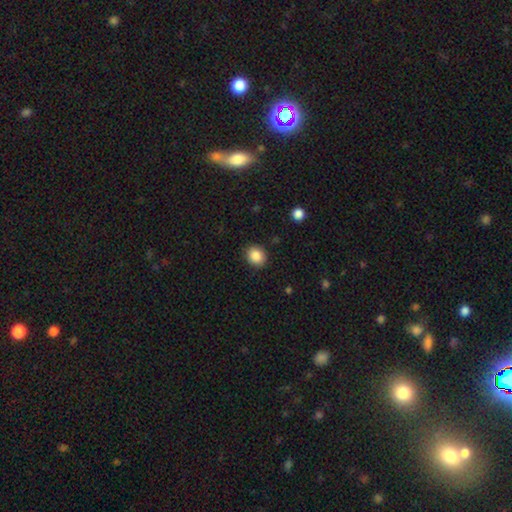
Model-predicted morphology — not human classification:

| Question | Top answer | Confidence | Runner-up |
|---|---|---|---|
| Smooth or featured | smooth | 86% | star or artifact (9%) |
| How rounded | round | 74% | in between (25%) |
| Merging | none | 89% | minor disturbance (8%) |